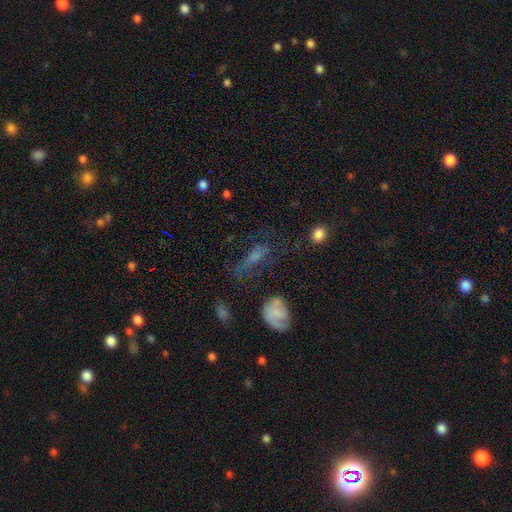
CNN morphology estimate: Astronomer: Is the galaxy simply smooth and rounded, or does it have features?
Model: smooth — 49% (runner-up: featured or disk, 32%).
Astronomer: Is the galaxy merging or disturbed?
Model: none — 44% (runner-up: major disturbance, 26%).